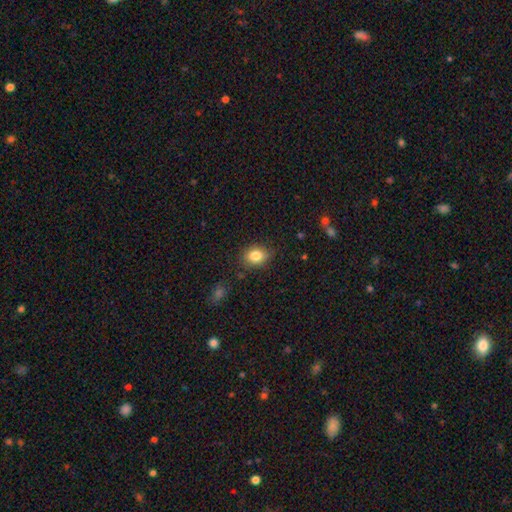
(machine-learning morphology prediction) This is clearly a smooth galaxy (83%). How rounded: possibly in between (59%). Merging: likely none (79%).